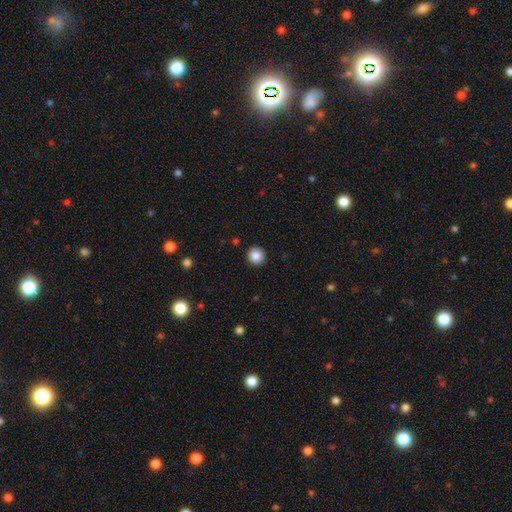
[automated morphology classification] smooth_or_featured: smooth (p=0.87) [alt: star or artifact p=0.09]
how_rounded: round (p=0.96) [alt: in between p=0.04]
merging: none (p=0.93) [alt: minor disturbance p=0.05]